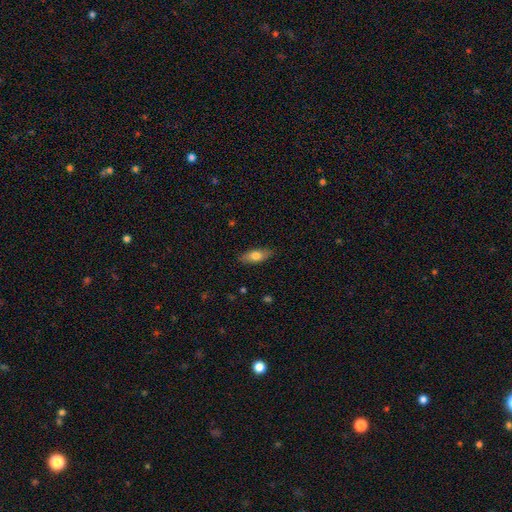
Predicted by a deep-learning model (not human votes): Smooth or featured?
  - smooth: 74% *
  - featured or disk: 19%
  - star or artifact: 7%
How rounded?
  - in between: 79% *
  - cigar-shaped: 18%
  - round: 3%
Merging?
  - none: 87% *
  - minor disturbance: 10%
  - major disturbance: 2%
  - merger: 1%